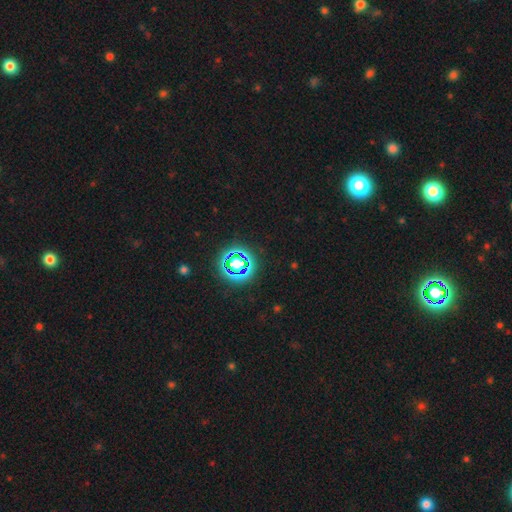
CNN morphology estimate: smooth-or-featured: star or artifact: 78% | smooth: 16% | featured or disk: 6%